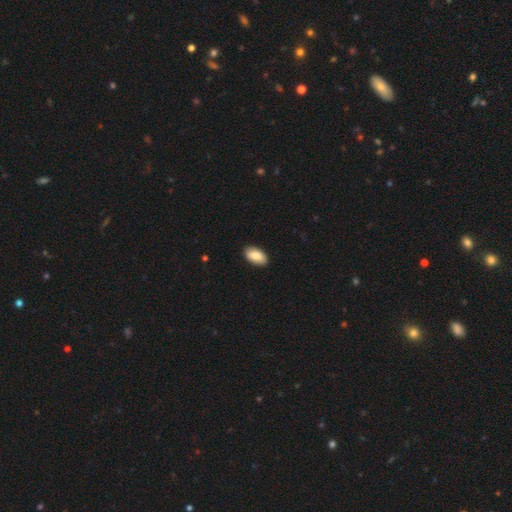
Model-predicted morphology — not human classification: smooth 85%, featured or disk 9%, star or artifact 6%. Down the decision tree: how rounded — in between (95%); merging — none (89%).